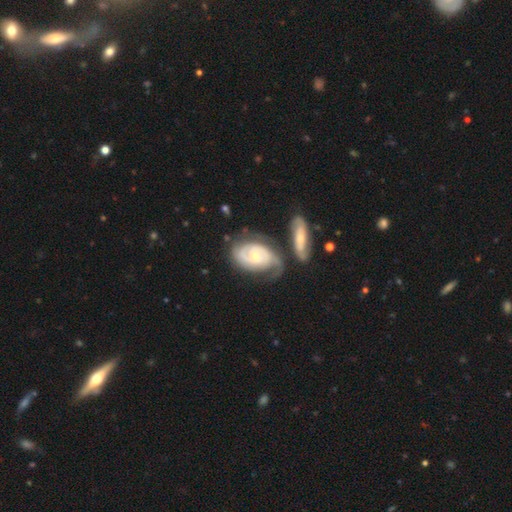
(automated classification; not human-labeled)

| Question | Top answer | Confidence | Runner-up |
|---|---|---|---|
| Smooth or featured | featured or disk | 83% | smooth (13%) |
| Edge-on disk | no | 96% | yes (4%) |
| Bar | no | 68% | weak (26%) |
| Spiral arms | yes | 94% | no (6%) |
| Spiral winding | tight | 61% | medium (30%) |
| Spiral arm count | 2 | 56% | can't tell (23%) |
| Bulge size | small | 55% | moderate (41%) |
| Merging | none | 46% | merger (21%) |